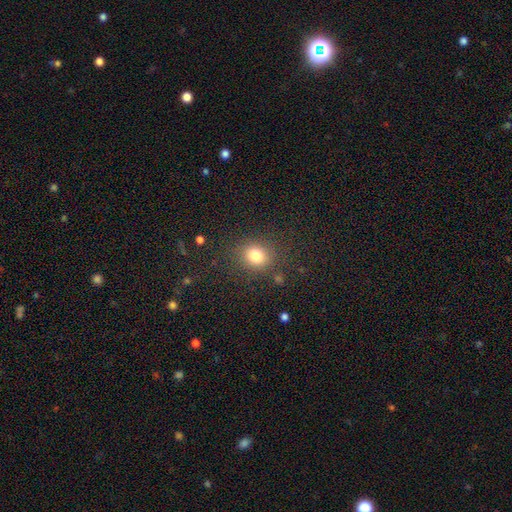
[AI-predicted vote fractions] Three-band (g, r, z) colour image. It shows a smooth galaxy with no disk features (80%) that is round (69%). Merging: none (82%).